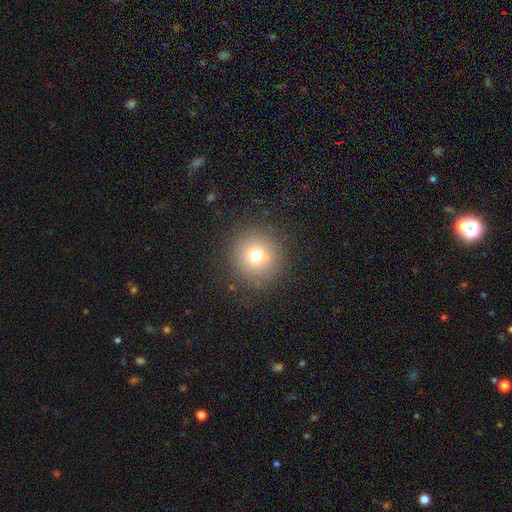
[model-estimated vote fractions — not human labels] Q: Smooth or featured?
A: smooth (71%); runner-up: star or artifact (17%)
Q: How rounded?
A: round (95%); runner-up: in between (4%)
Q: Merging?
A: none (87%); runner-up: minor disturbance (8%)